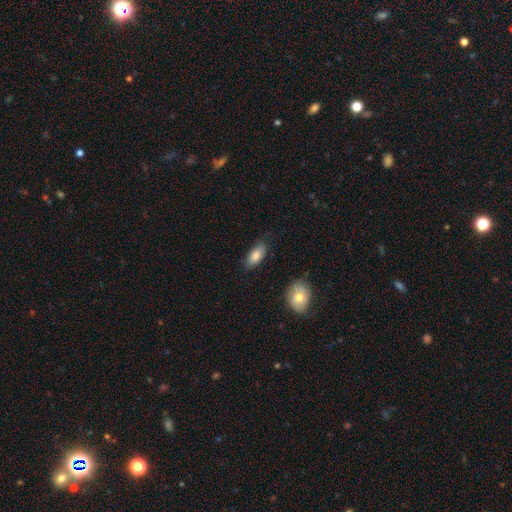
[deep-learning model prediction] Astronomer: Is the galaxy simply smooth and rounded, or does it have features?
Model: smooth — 83%.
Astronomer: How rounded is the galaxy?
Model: in between — 91%.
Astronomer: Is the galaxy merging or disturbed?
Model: none — 79%.